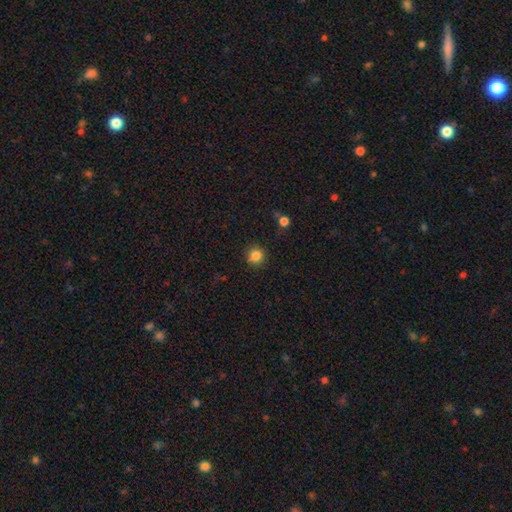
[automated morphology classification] Smooth or featured? smooth (84%)
How rounded? round (89%)
Merging? none (86%)